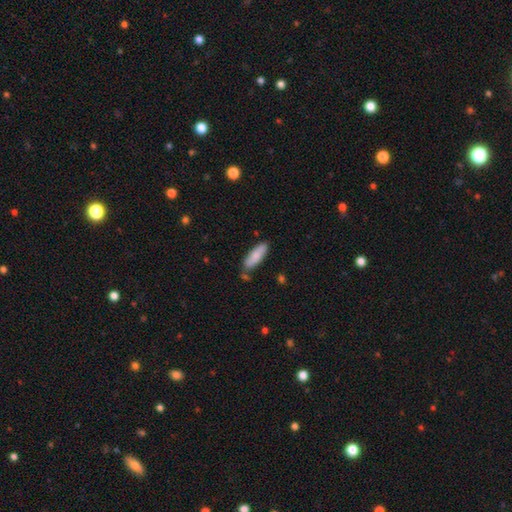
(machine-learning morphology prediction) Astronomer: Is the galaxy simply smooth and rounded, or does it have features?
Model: smooth — 80%.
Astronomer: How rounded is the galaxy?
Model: in between — 50% (runner-up: cigar-shaped, 48%).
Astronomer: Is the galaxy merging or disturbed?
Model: none — 76%.